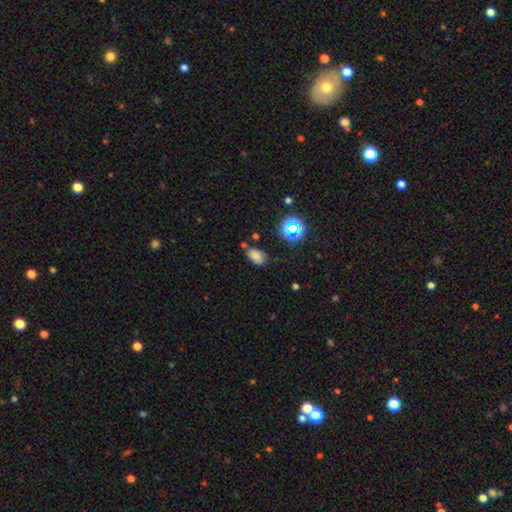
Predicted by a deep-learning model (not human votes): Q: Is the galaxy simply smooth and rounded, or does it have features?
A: smooth — 73%.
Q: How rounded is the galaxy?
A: in between — 86%.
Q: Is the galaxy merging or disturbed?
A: none — 68%.